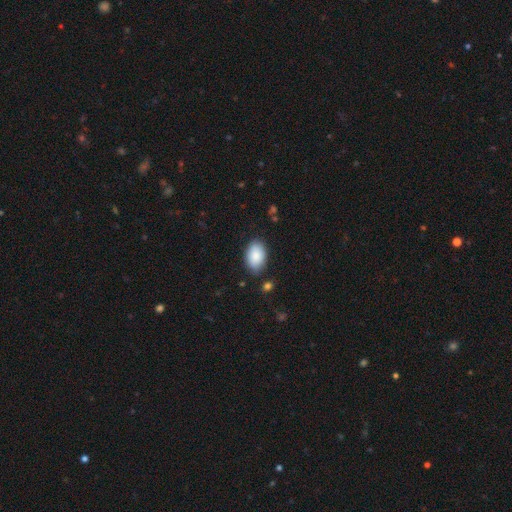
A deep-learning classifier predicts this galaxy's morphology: Smooth or featured?
  - smooth: 88% *
  - star or artifact: 6%
  - featured or disk: 6%
How rounded?
  - in between: 92% *
  - round: 7%
  - cigar-shaped: 1%
Merging?
  - none: 81% *
  - minor disturbance: 14%
  - major disturbance: 3%
  - merger: 2%